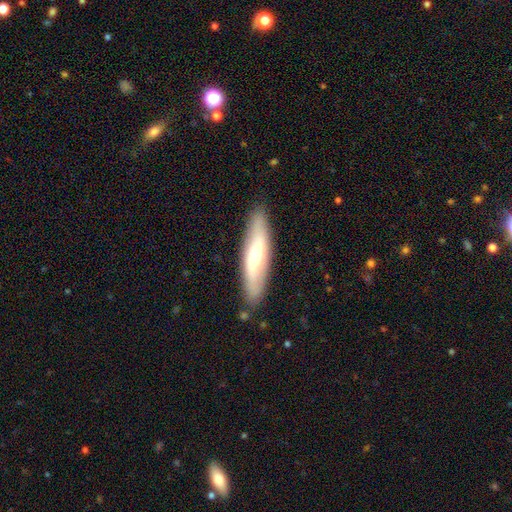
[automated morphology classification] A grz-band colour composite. It shows a featured or disk galaxy (50%). Merging: none (86%).